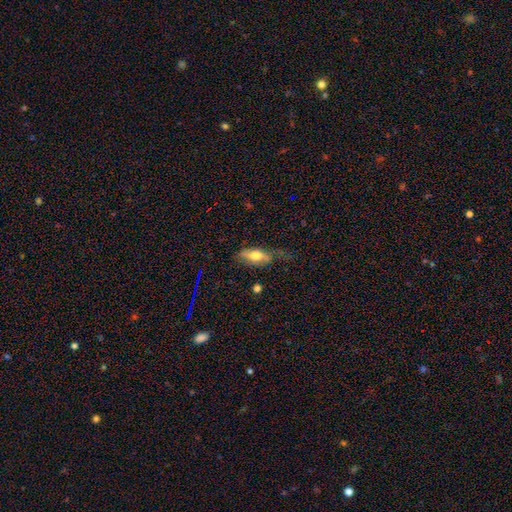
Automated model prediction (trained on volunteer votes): Smooth or featured? smooth (60%)
How rounded? in between (70%)
Merging? none (50%)